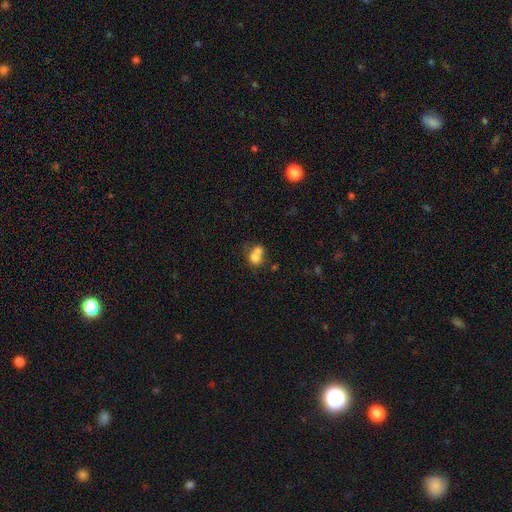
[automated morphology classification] Smooth or featured? smooth (71%)
How rounded? round (58%)
Merging? merger (63%)